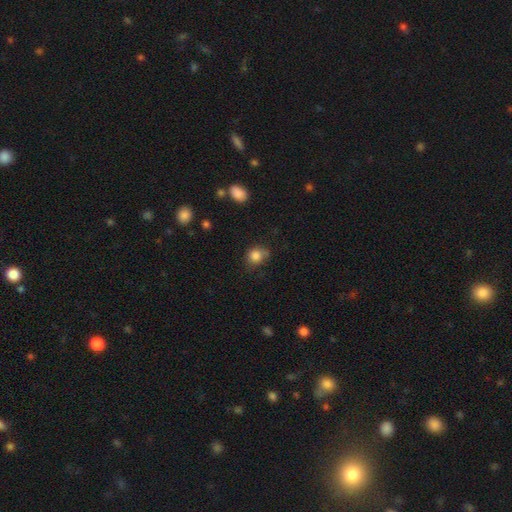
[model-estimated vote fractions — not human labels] smooth 83%, star or artifact 11%, featured or disk 6%. Down the decision tree: how rounded — round (73%); merging — none (60%).